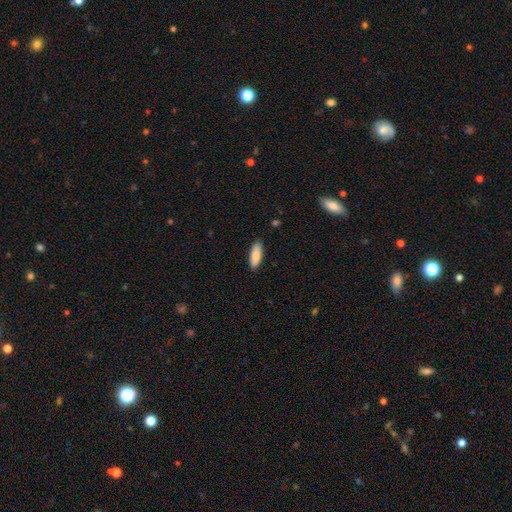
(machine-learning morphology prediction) A smooth galaxy with no disk features (85%) that is in between round and cigar-shaped (66%).

Vote fractions:
- Smooth or featured? smooth: 85% / featured or disk: 9% / star or artifact: 6%
- How rounded? in between: 66% / cigar-shaped: 32% / round: 2%
- Merging? none: 88% / minor disturbance: 9% / major disturbance: 2% / merger: 1%